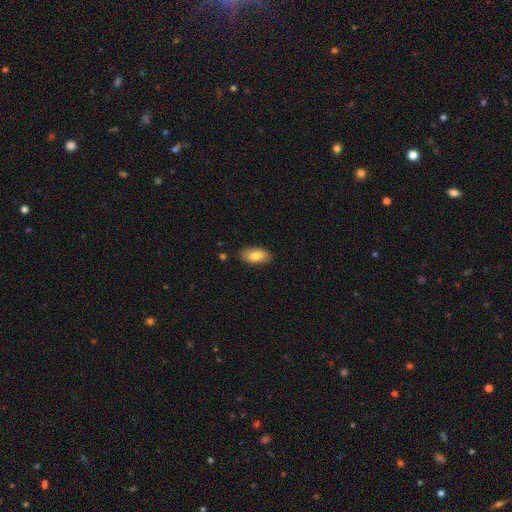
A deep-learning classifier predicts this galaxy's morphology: smooth 80%, featured or disk 13%, star or artifact 7%. Down the decision tree: how rounded — in between (91%); merging — none (85%).